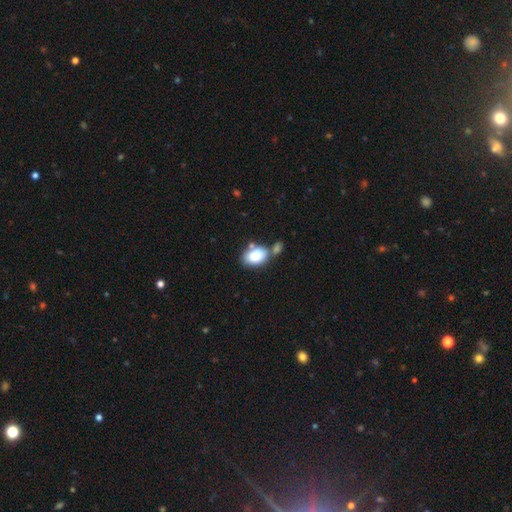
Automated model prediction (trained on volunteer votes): Smooth or featured?
  - smooth: 81% *
  - featured or disk: 11%
  - star or artifact: 8%
How rounded?
  - in between: 85% *
  - round: 14%
  - cigar-shaped: 1%
Merging?
  - none: 47% *
  - merger: 30%
  - minor disturbance: 17%
  - major disturbance: 6%